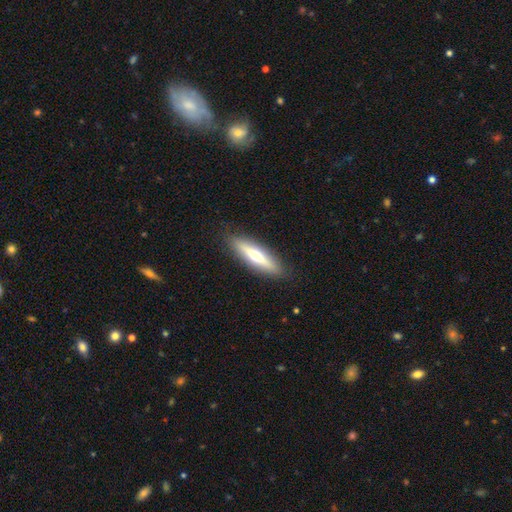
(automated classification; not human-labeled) smooth_or_featured: smooth (p=0.48) [alt: featured or disk p=0.46]
merging: none (p=0.89) [alt: minor disturbance p=0.08]